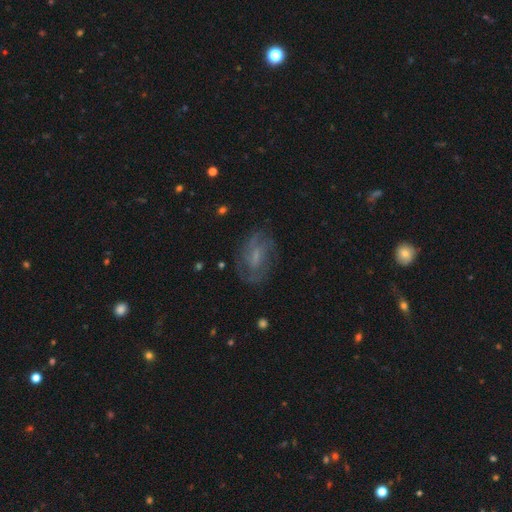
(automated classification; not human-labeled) This is likely a featured or disk galaxy (65%). It is clearly not viewed edge-on (96%). Bar: possibly weak (49%). Spiral arm pattern: clearly yes (84%). Spiral arm count: marginally 2 (43%). Spiral winding: marginally medium (43%). Central bulge: marginally small (44%). Merging: likely none (70%).